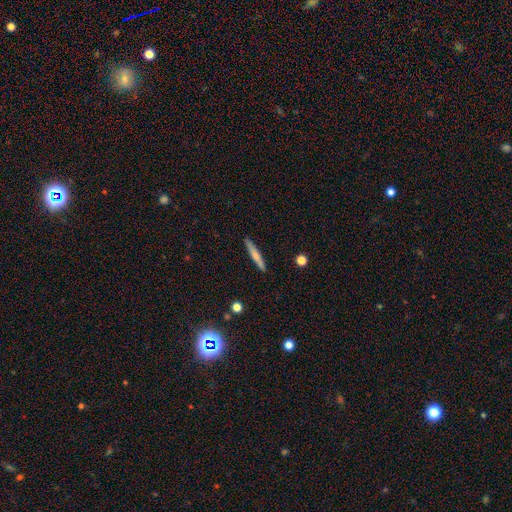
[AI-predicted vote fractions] A smooth galaxy with no disk features (60%) that is cigar-shaped (95%).

Vote fractions:
- Smooth or featured? smooth: 60% / featured or disk: 34% / star or artifact: 6%
- How rounded? cigar-shaped: 95% / in between: 3% / round: 1%
- Merging? none: 90% / minor disturbance: 7% / major disturbance: 1% / merger: 1%